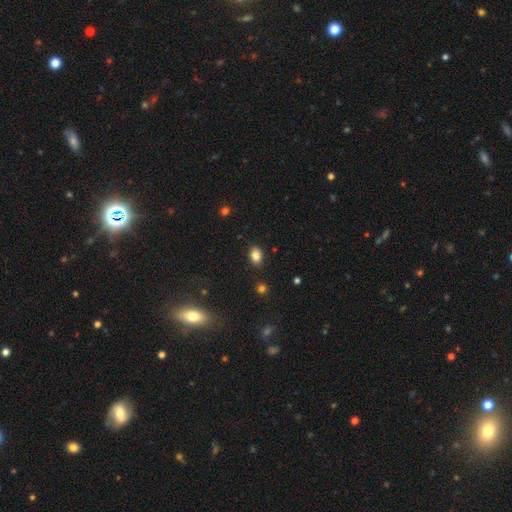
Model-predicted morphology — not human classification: This appears to be a smooth galaxy with no disk features (84%) that is in between round and cigar-shaped (73%). Merging: none (86%).